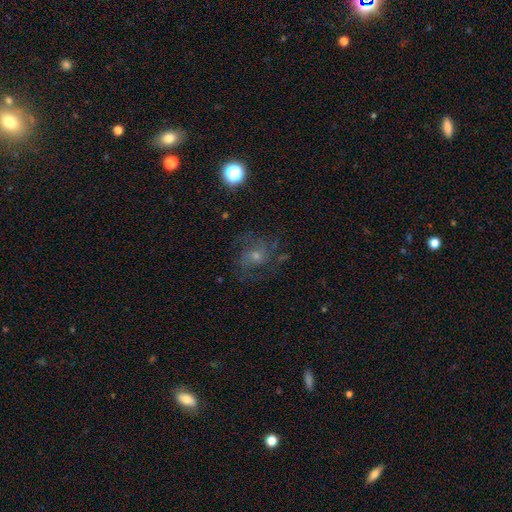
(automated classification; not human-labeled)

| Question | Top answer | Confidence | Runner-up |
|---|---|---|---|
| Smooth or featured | featured or disk | 57% | smooth (28%) |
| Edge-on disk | no | 97% | yes (3%) |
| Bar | no | 72% | weak (24%) |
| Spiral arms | yes | 78% | no (22%) |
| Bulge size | small | 55% | moderate (35%) |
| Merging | none | 59% | major disturbance (20%) |